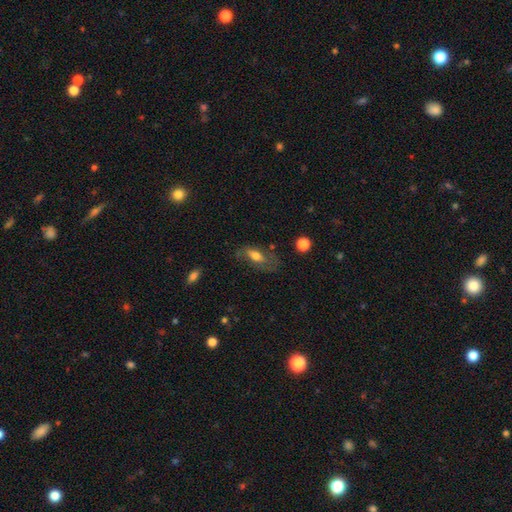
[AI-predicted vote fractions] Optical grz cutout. It shows a smooth galaxy with no disk features (62%) that is in between round and cigar-shaped (80%). Merging: none (51%).